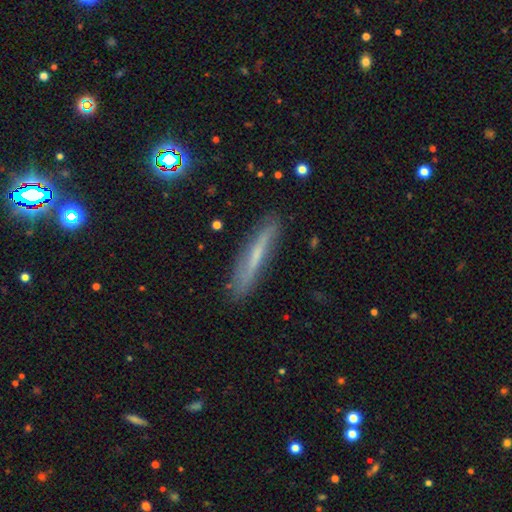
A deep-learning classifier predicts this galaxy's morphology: smooth_or_featured: featured or disk (p=0.48) [alt: smooth p=0.42]
merging: none (p=0.81) [alt: minor disturbance p=0.14]